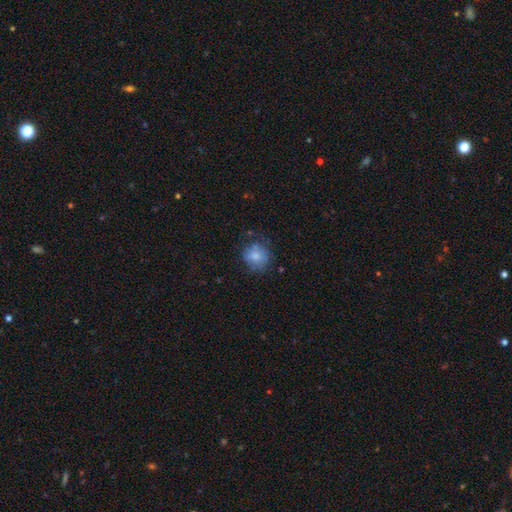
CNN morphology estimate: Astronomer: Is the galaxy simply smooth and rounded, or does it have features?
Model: smooth — 73%.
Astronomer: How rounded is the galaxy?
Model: round — 78%.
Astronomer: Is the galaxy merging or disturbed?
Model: none — 61%.